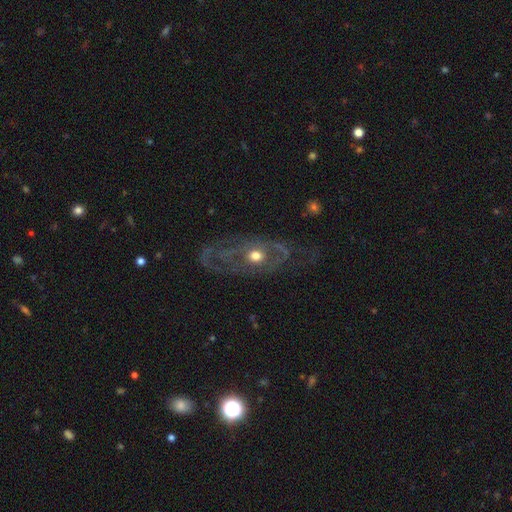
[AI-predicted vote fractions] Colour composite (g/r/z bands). It shows a featured or disk galaxy (79%) with no bar (82%), 2 (37%) tight (41%) spiral arms (69%) and a moderate central bulge (71%). Merging: none (60%).